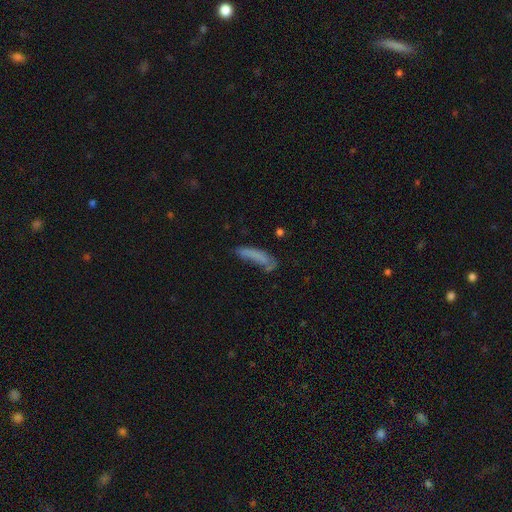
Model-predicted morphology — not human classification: Smooth or featured? Predicted: smooth (p=0.67). How rounded? Predicted: cigar-shaped (p=0.70). Merging? Predicted: none (p=0.44).